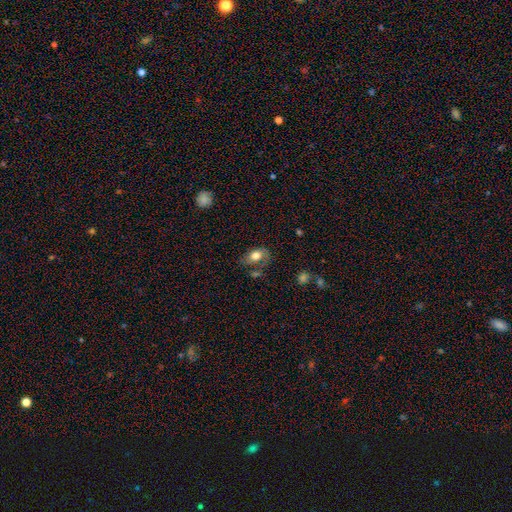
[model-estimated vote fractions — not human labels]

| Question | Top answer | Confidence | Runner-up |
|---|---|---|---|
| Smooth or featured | smooth | 72% | featured or disk (21%) |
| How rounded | in between | 86% | round (12%) |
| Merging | none | 48% | minor disturbance (26%) |